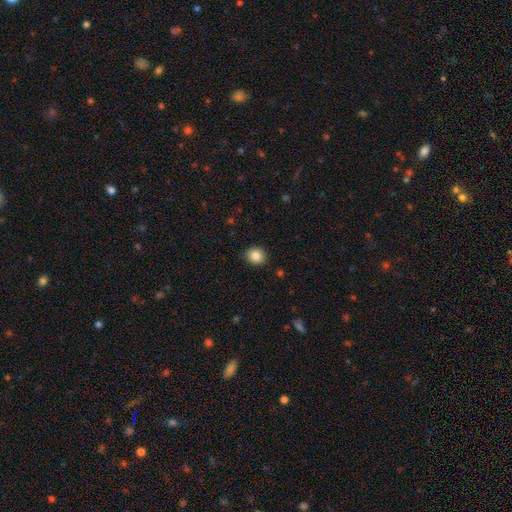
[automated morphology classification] smooth 85%, star or artifact 9%, featured or disk 6%. Down the decision tree: how rounded — round (74%); merging — none (89%).